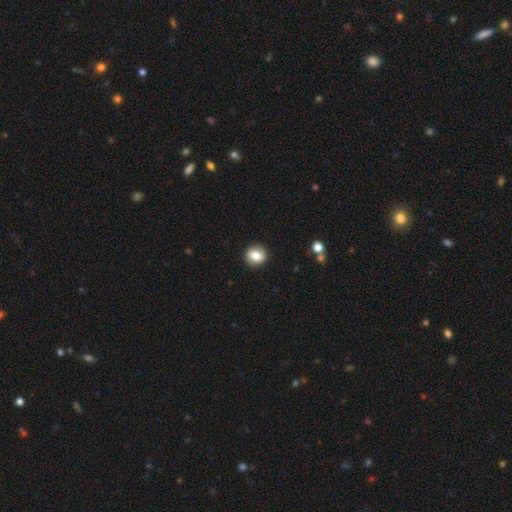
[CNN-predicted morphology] This is likely a smooth galaxy (78%). How rounded: clearly round (82%). Merging: clearly none (91%).